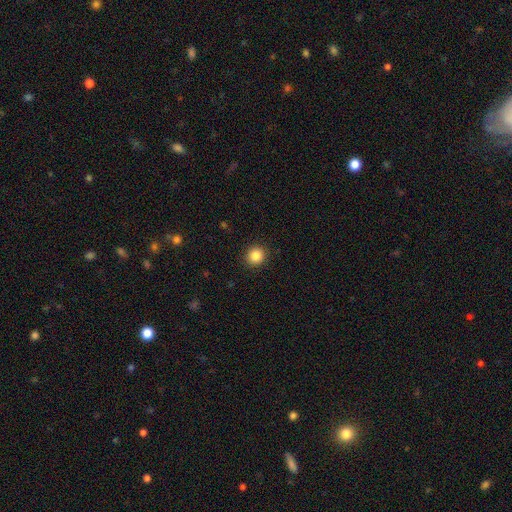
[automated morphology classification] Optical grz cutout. It shows a smooth galaxy with no disk features (85%) that is round (89%). Merging: none (92%).